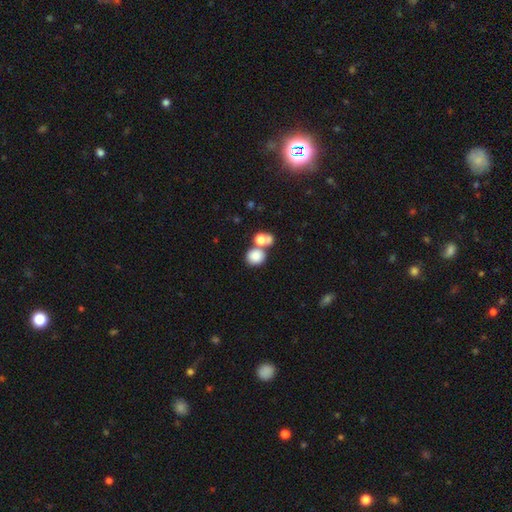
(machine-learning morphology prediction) Q: Smooth or featured?
A: smooth (82%); runner-up: star or artifact (10%)
Q: How rounded?
A: round (73%); runner-up: in between (26%)
Q: Merging?
A: none (46%); runner-up: merger (41%)